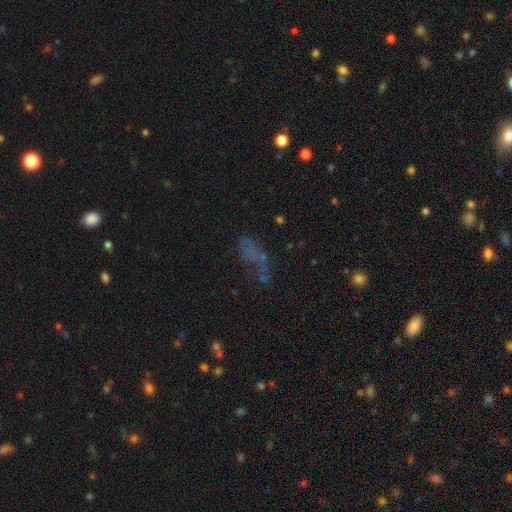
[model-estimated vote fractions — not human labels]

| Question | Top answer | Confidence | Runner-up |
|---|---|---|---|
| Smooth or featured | star or artifact | 38% | smooth (37%) |